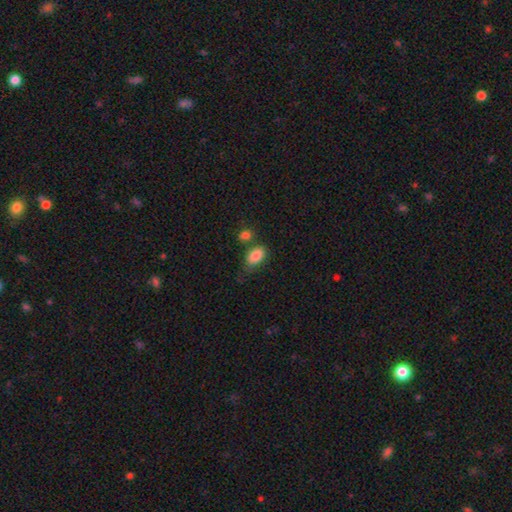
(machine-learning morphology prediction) Overall: smooth (86%). How rounded: in between (91%). Merging: none (56%; minor disturbance 21%).